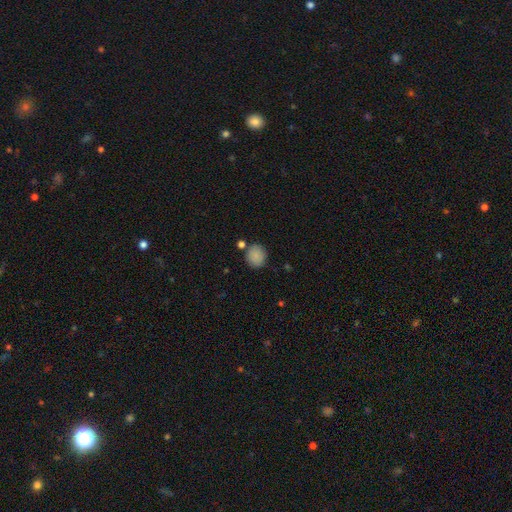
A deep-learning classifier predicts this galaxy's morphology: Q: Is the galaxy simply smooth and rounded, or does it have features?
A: smooth — 87%.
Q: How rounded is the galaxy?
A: round — 77%.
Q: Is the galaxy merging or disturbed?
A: none — 75%.